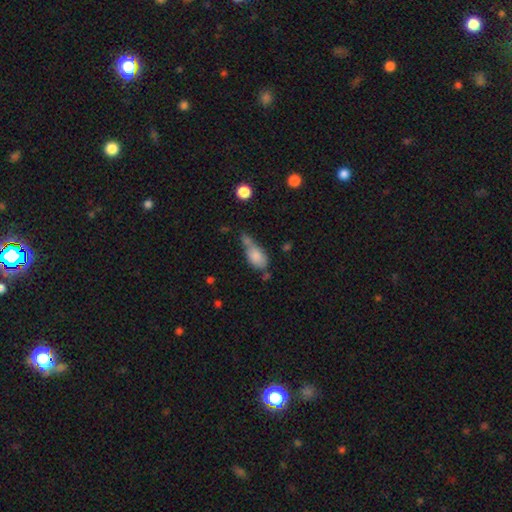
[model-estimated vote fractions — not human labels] The model was most divided on "merging": merger: 36%, none: 29%, minor disturbance: 23%, major disturbance: 12%. More confident: how rounded — in between (85%); smooth or featured — smooth (79%).